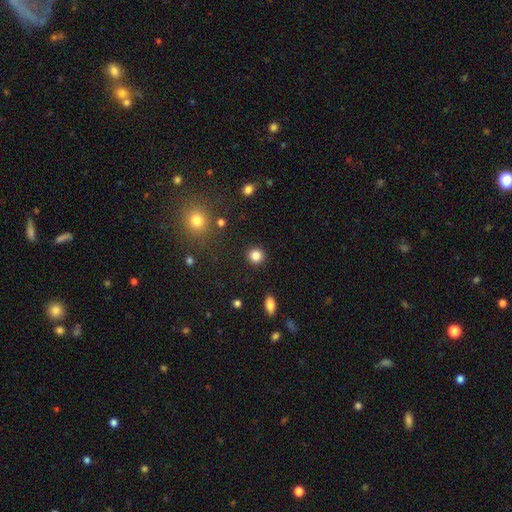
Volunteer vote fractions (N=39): This appears to be a smooth galaxy with no disk features (92%) that is round (92%). Merging: none (89%).